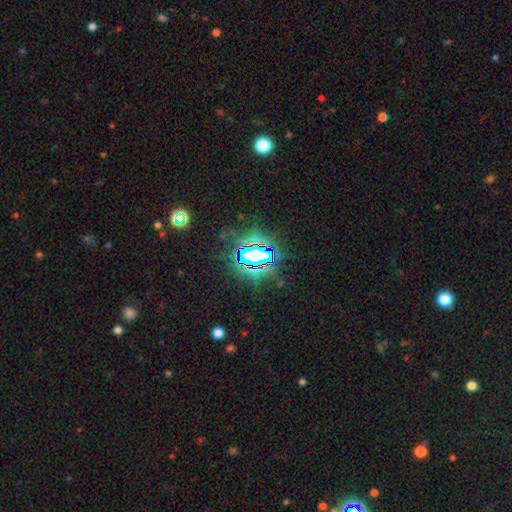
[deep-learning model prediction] This appears to be a star or artifact, not a galaxy (82%).